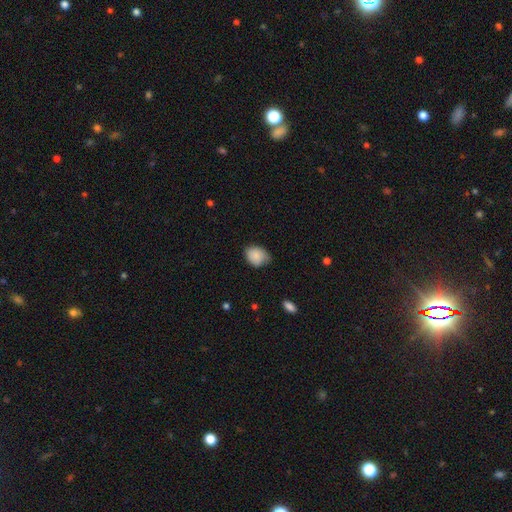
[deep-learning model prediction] Overall: smooth (84%). How rounded: in between (55%; round 44%). Merging: none (59%; minor disturbance 34%).